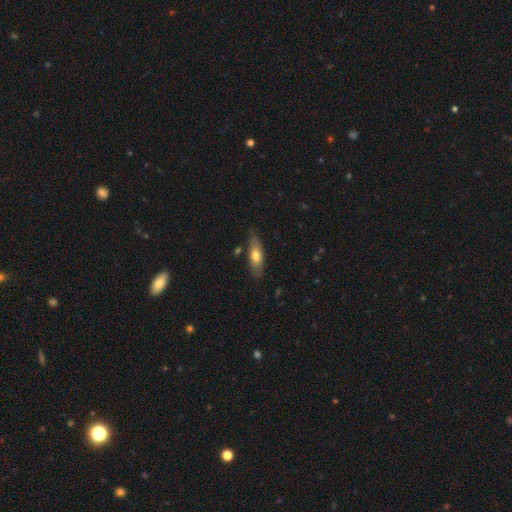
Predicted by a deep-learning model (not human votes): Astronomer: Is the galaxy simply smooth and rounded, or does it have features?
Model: smooth — 65%.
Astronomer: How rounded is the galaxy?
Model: in between — 58% (runner-up: cigar-shaped, 39%).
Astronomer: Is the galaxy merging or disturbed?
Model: none — 78%.